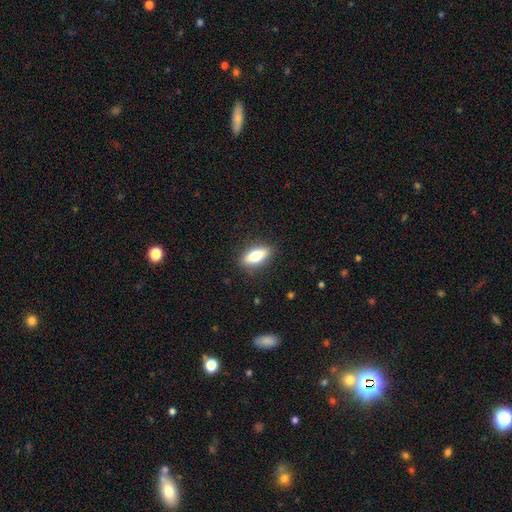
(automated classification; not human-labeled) This appears to be a smooth galaxy with no disk features (70%) that is in between round and cigar-shaped (74%). Merging: none (87%).